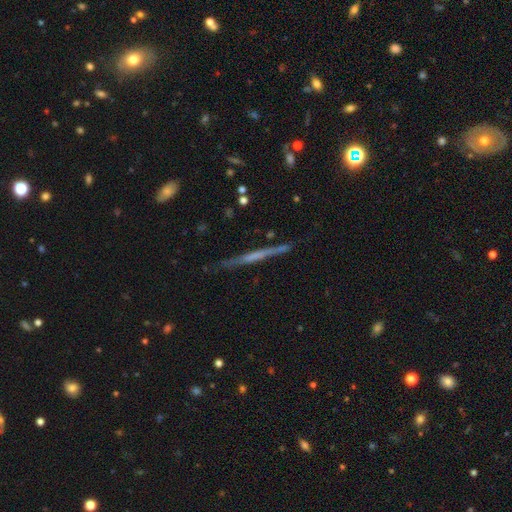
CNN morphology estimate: Smooth or featured? Predicted: featured or disk (p=0.63). Edge-on disk? Predicted: yes (p=0.97). Edge-on bulge? Predicted: none (p=0.74). Merging? Predicted: none (p=0.83).